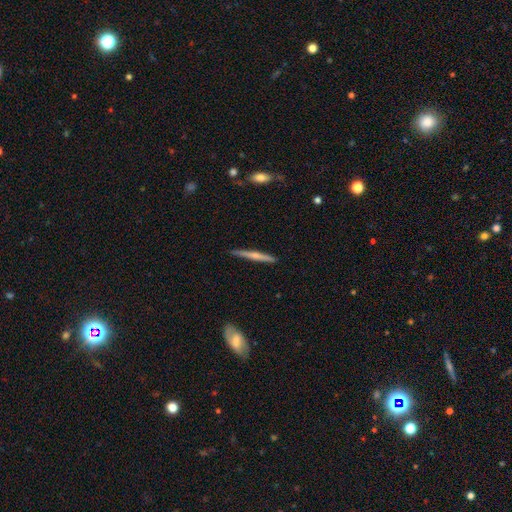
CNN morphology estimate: Smooth or featured? Predicted: featured or disk (p=0.53). Edge-on disk? Predicted: yes (p=0.97). Edge-on bulge? Predicted: rounded (p=0.62). Merging? Predicted: none (p=0.89).